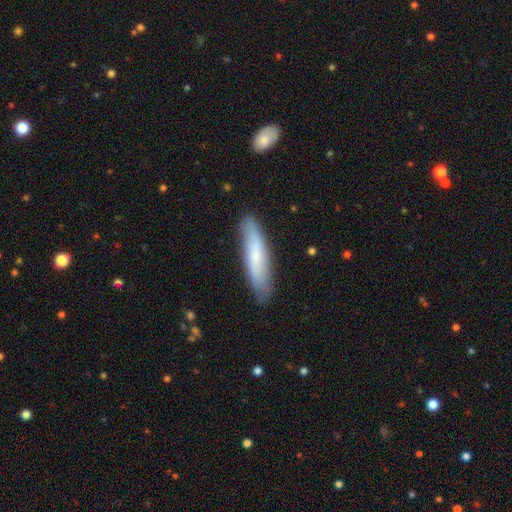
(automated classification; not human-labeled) Overall: smooth (62%; featured or disk 32%). How rounded: cigar-shaped (81%). Merging: none (84%).